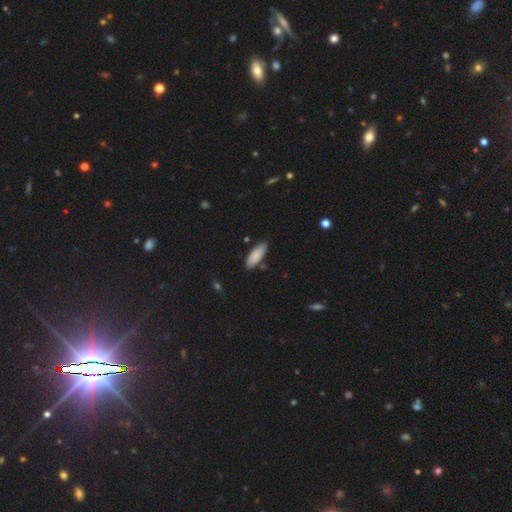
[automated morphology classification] Smooth or featured?
  - smooth: 87% *
  - featured or disk: 7%
  - star or artifact: 6%
How rounded?
  - in between: 63% *
  - cigar-shaped: 35%
  - round: 2%
Merging?
  - none: 81% *
  - minor disturbance: 14%
  - merger: 3%
  - major disturbance: 2%